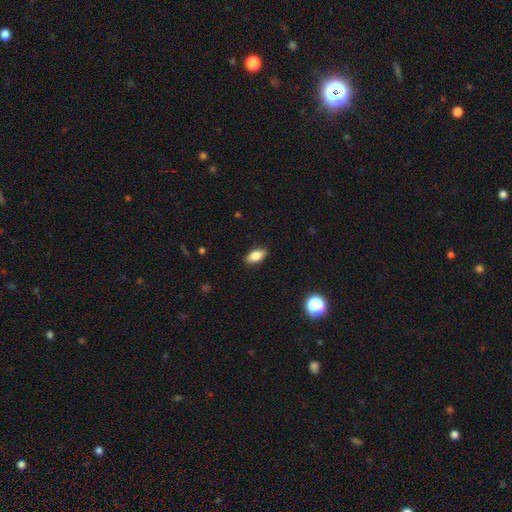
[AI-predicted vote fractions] Smooth or featured?
  - smooth: 83% *
  - featured or disk: 9%
  - star or artifact: 8%
How rounded?
  - in between: 90% *
  - cigar-shaped: 5%
  - round: 5%
Merging?
  - none: 88% *
  - minor disturbance: 9%
  - major disturbance: 2%
  - merger: 1%